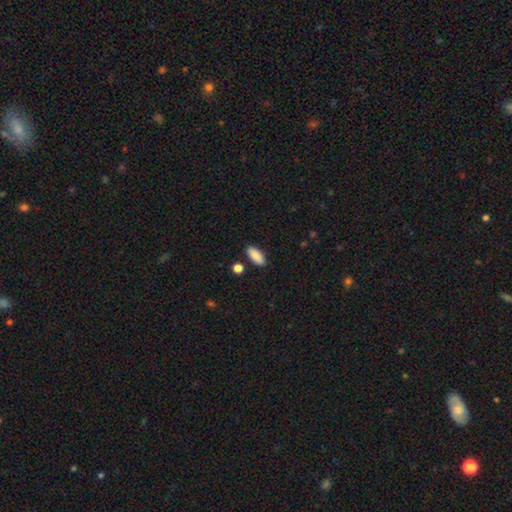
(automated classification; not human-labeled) This appears to be a smooth galaxy with no disk features (89%) that is in between round and cigar-shaped (84%). Merging: none (85%).